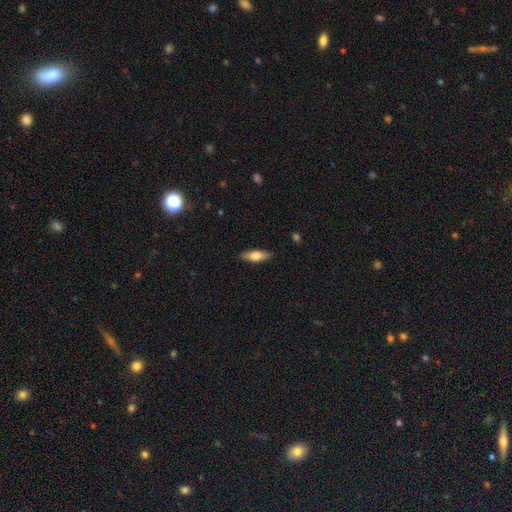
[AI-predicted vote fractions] Smooth or featured?
  - smooth: 67% *
  - featured or disk: 27%
  - star or artifact: 6%
How rounded?
  - in between: 58% *
  - cigar-shaped: 39%
  - round: 2%
Merging?
  - none: 87% *
  - minor disturbance: 10%
  - major disturbance: 2%
  - merger: 1%